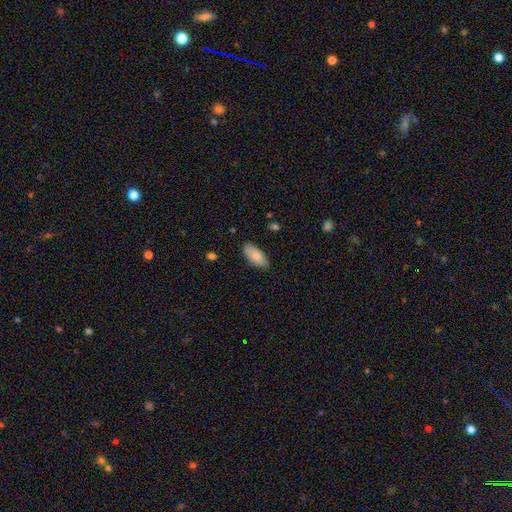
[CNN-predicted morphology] Smooth or featured?
  - smooth: 83% *
  - featured or disk: 10%
  - star or artifact: 6%
How rounded?
  - in between: 86% *
  - cigar-shaped: 12%
  - round: 2%
Merging?
  - none: 84% *
  - minor disturbance: 13%
  - major disturbance: 2%
  - merger: 1%